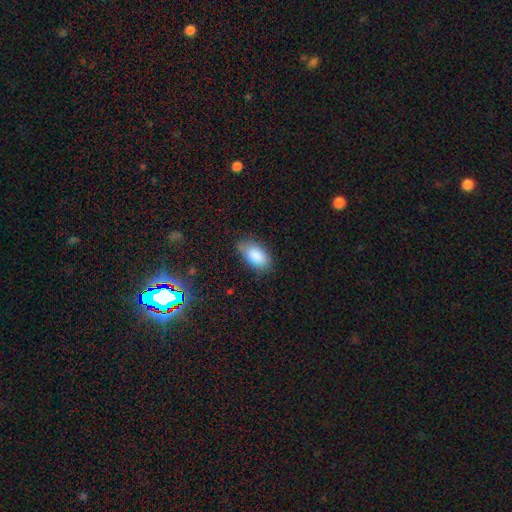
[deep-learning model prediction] Smooth or featured? smooth (87%)
How rounded? in between (93%)
Merging? none (74%)